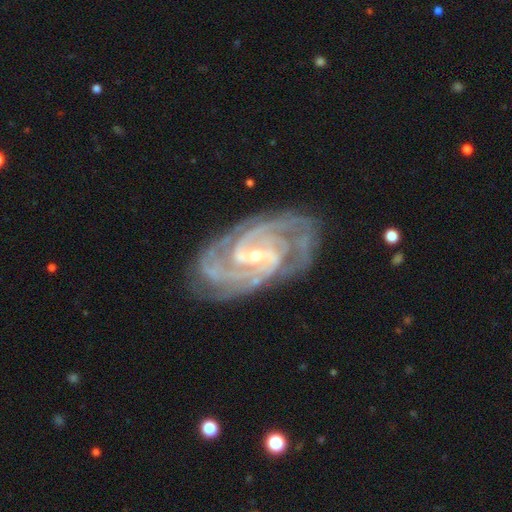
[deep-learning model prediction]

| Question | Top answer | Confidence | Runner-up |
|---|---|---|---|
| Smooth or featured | featured or disk | 93% | star or artifact (4%) |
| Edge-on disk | no | 97% | yes (3%) |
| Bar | weak | 46% | strong (28%) |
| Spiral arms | yes | 99% | no (1%) |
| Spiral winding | tight | 67% | medium (29%) |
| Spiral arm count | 3 | 28% | 2 (24%) |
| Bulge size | small | 68% | moderate (28%) |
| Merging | none | 79% | minor disturbance (15%) |